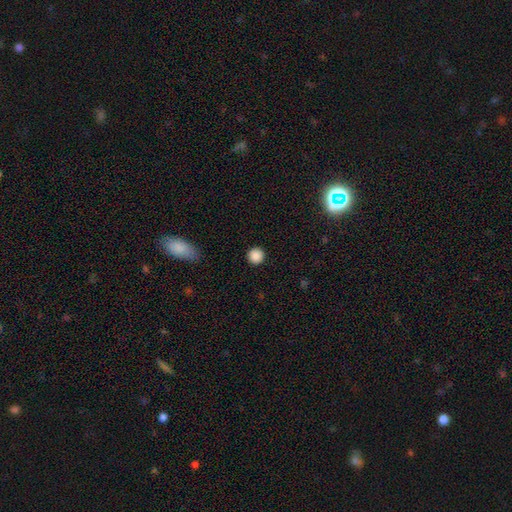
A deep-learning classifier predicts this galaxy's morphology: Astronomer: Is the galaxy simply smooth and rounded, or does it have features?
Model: smooth — 88%.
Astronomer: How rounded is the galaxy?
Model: round — 95%.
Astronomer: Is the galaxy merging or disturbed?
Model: none — 92%.